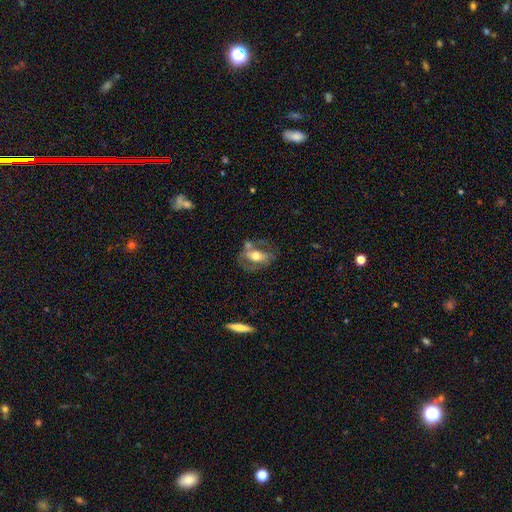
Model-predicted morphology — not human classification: The model was most divided on "smooth or featured": featured or disk: 52%, smooth: 40%, star or artifact: 8%. Remaining: edge-on disk — no (85%); merging — none (46%).